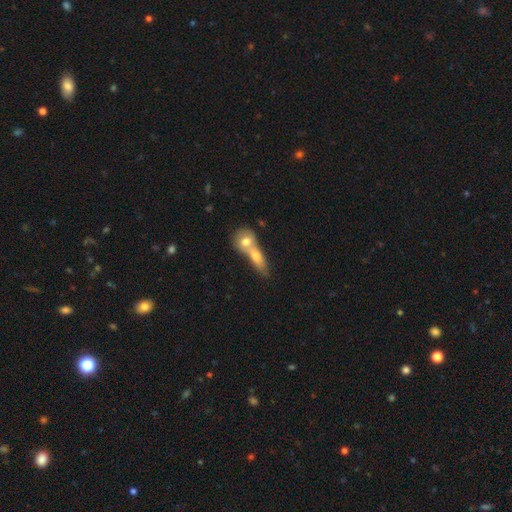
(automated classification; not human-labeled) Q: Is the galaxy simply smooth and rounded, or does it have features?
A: smooth — 67%.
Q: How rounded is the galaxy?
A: in between — 51%.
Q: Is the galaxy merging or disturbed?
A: merger — 73%.